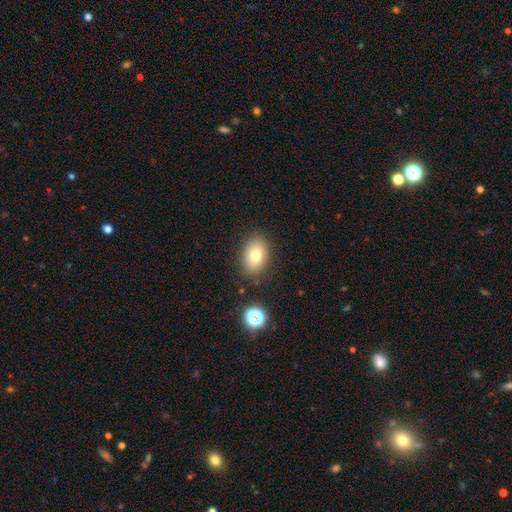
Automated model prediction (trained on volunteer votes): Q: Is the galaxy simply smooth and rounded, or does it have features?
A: smooth — 77%.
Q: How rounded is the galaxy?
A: in between — 83%.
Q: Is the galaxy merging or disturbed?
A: none — 83%.